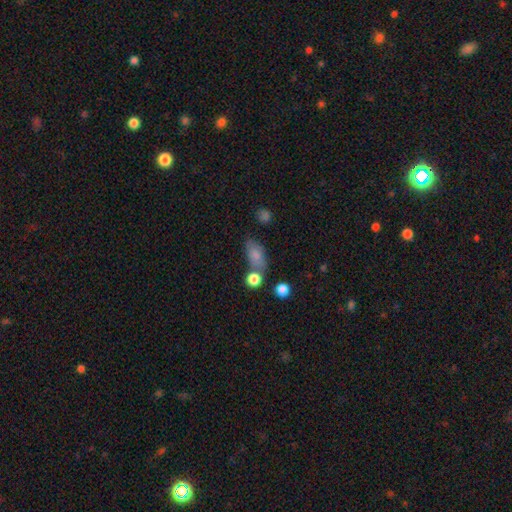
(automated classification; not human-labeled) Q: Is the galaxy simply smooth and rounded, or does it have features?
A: smooth — 79%.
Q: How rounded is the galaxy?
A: in between — 80%.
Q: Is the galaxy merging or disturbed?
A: none — 57%.